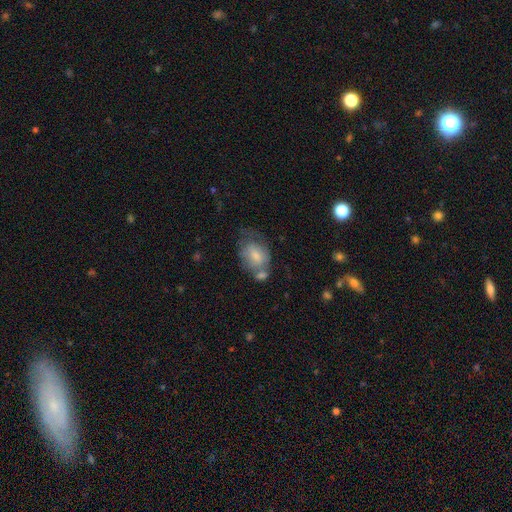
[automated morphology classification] Smooth or featured?
  - smooth: 67% *
  - featured or disk: 25%
  - star or artifact: 8%
How rounded?
  - in between: 71% *
  - round: 27%
  - cigar-shaped: 1%
Merging?
  - merger: 32% *
  - none: 28%
  - minor disturbance: 23%
  - major disturbance: 17%